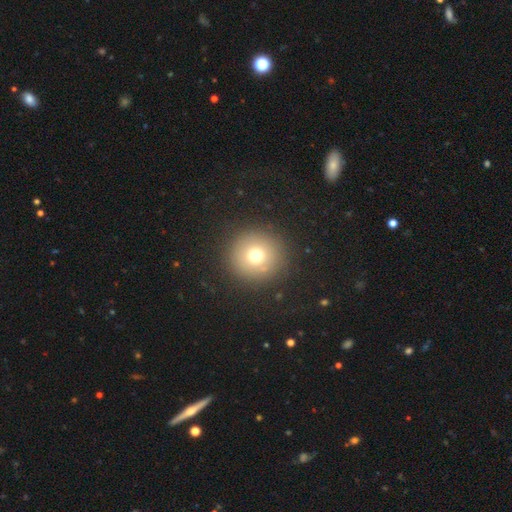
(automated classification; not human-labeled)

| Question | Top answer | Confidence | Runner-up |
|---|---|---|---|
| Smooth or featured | smooth | 71% | star or artifact (15%) |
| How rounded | round | 95% | in between (4%) |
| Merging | none | 88% | minor disturbance (7%) |